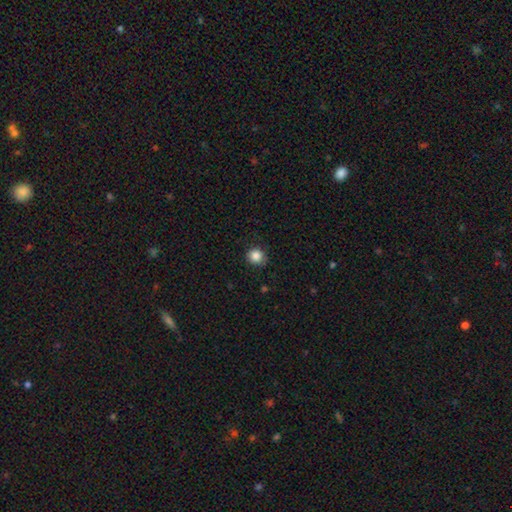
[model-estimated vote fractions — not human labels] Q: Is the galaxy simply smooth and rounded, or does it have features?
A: smooth — 85%.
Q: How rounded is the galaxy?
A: round — 88%.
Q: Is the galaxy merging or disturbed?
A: none — 85%.